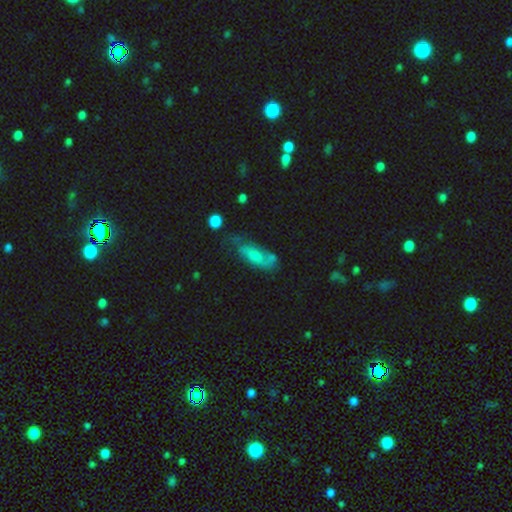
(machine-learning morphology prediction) smooth_or_featured: smooth (p=0.54) [alt: featured or disk p=0.37]
how_rounded: in between (p=0.72) [alt: cigar-shaped p=0.25]
merging: none (p=0.45) [alt: minor disturbance p=0.30]